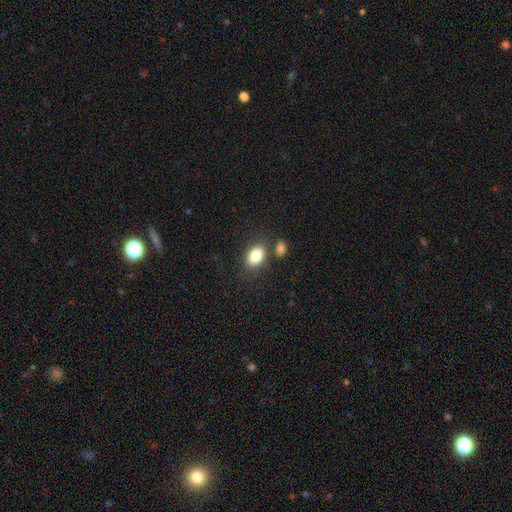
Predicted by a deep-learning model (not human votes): The model was most divided on "merging": none: 70%, merger: 14%, minor disturbance: 12%, major disturbance: 4%. More confident: how rounded — in between (84%); smooth or featured — smooth (83%).